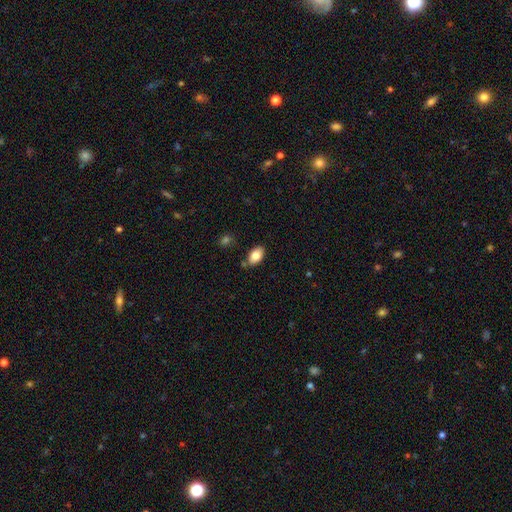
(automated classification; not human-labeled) This appears to be a smooth galaxy with no disk features (82%) that is in between round and cigar-shaped (91%). Merging: none (77%).